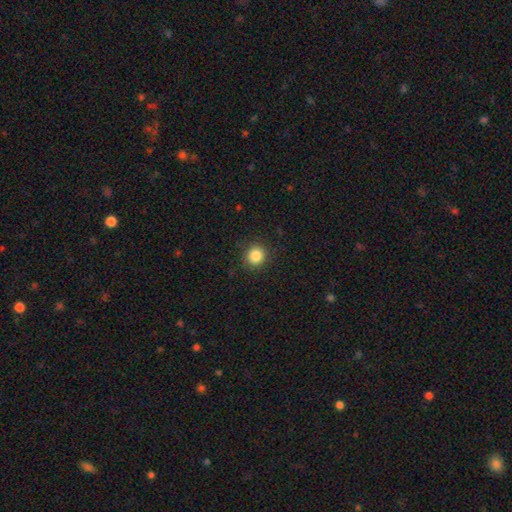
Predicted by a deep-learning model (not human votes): Smooth or featured?
  - smooth: 85% *
  - star or artifact: 11%
  - featured or disk: 4%
How rounded?
  - round: 91% *
  - in between: 8%
  - cigar-shaped: 1%
Merging?
  - none: 90% *
  - minor disturbance: 7%
  - major disturbance: 2%
  - merger: 1%